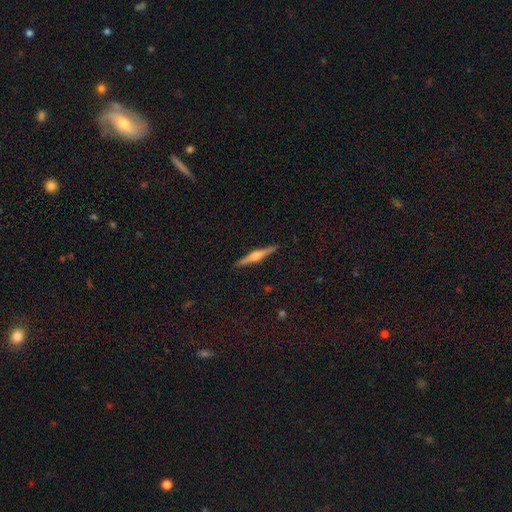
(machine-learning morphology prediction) This is likely a featured or disk galaxy (75%). It is clearly viewed edge-on (98%). Edge-on bulge: clearly rounded (87%). Merging: clearly none (92%).